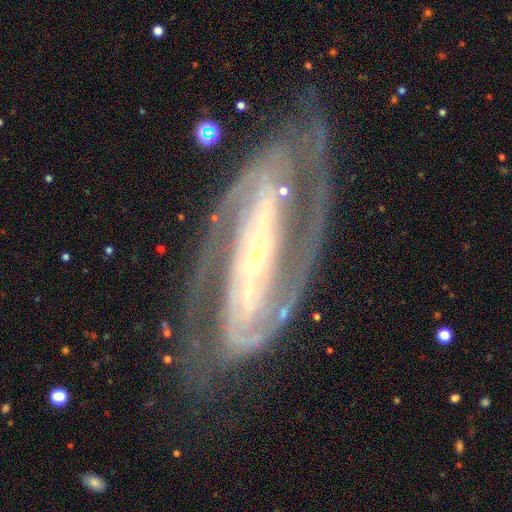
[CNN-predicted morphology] A featured or disk galaxy (91%) with a strong bar (65%), 2 (85%) tight (49%) spiral arms (97%) and a small central bulge (78%).

Vote fractions:
- Smooth or featured? featured or disk: 91% / star or artifact: 5% / smooth: 4%
- Edge-on disk? no: 94% / yes: 6%
- Bar? strong: 65% / weak: 18% / no: 17%
- Spiral arms? yes: 97% / no: 3%
- Spiral winding? tight: 49% / medium: 42% / loose: 9%
- Spiral arm count? 2: 85% / can't tell: 5% / 3: 4% / 4: 2% / 1: 2% / more than 4: 2%
- Bulge size? small: 78% / moderate: 16% / large: 3% / none: 2% / dominant: 1%
- Merging? none: 76% / minor disturbance: 14% / major disturbance: 8% / merger: 2%